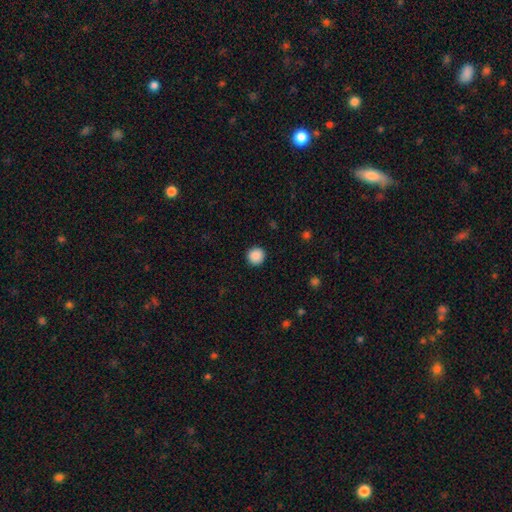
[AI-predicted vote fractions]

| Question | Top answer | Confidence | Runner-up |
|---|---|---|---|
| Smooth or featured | smooth | 89% | star or artifact (9%) |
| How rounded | round | 94% | in between (5%) |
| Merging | none | 92% | minor disturbance (5%) |